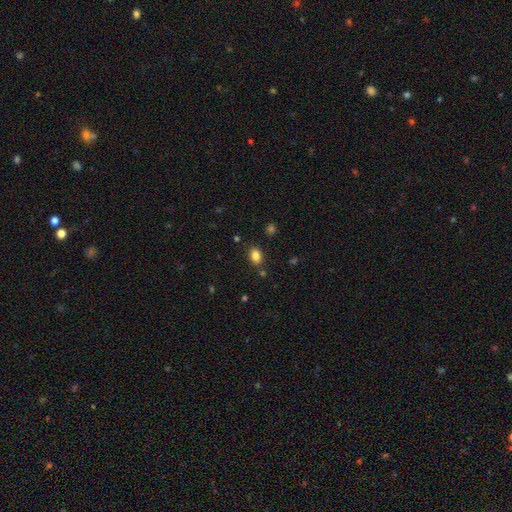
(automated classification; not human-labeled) Smooth or featured?
  - smooth: 83% *
  - star or artifact: 11%
  - featured or disk: 6%
How rounded?
  - in between: 79% *
  - round: 20%
  - cigar-shaped: 1%
Merging?
  - none: 82% *
  - minor disturbance: 11%
  - merger: 5%
  - major disturbance: 3%